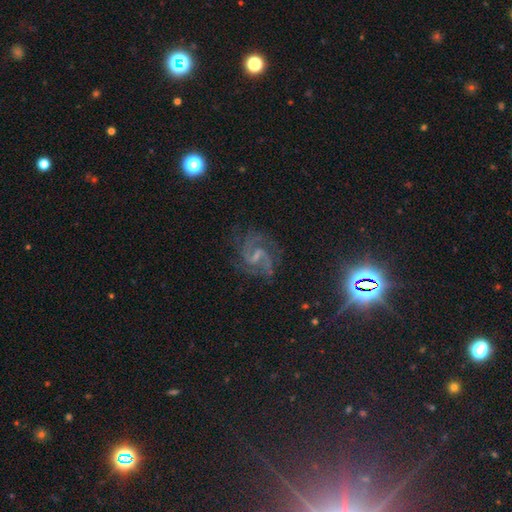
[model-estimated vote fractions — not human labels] A featured or disk galaxy (87%) with a weak bar (57%), 2 (80%) medium (59%) spiral arms (97%) and a small central bulge (49%). Merging: none (71%).